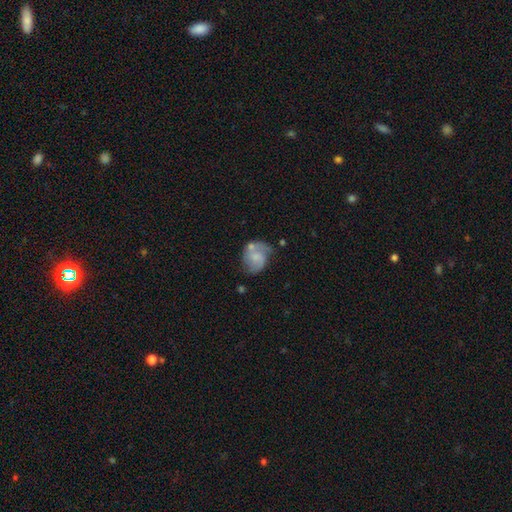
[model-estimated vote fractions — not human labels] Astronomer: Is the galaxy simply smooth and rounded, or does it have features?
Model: featured or disk — 59%.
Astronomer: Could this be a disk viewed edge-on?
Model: no — 98%.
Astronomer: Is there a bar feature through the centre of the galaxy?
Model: no — 64%.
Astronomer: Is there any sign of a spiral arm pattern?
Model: yes — 86%.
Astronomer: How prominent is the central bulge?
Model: small — 37% (runner-up: none, 36%).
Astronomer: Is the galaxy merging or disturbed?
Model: none — 46% (runner-up: minor disturbance, 26%).